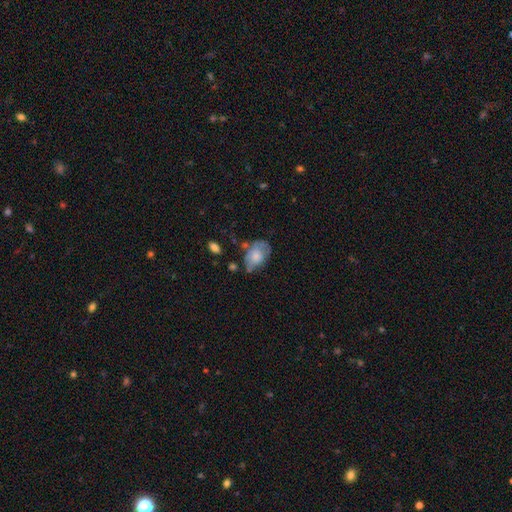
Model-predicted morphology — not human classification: smooth-or-featured: smooth: 63% | featured or disk: 30% | star or artifact: 7%
  how-rounded: in between: 83% | round: 15% | cigar-shaped: 1%
  merging: none: 41% | minor disturbance: 35% | major disturbance: 17% | merger: 7%